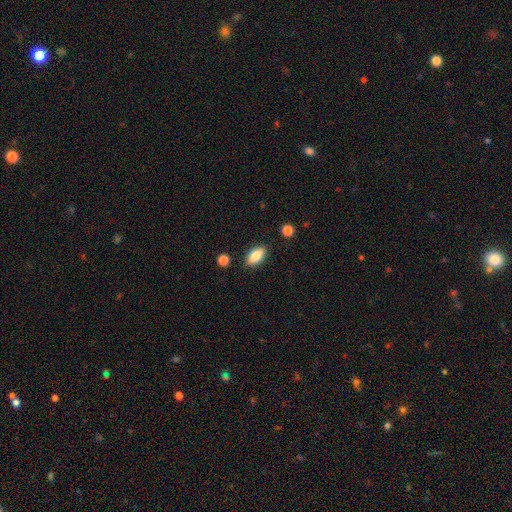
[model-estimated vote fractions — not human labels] Smooth or featured?
  - smooth: 82% *
  - featured or disk: 11%
  - star or artifact: 7%
How rounded?
  - in between: 88% *
  - cigar-shaped: 9%
  - round: 4%
Merging?
  - none: 87% *
  - minor disturbance: 9%
  - major disturbance: 2%
  - merger: 2%